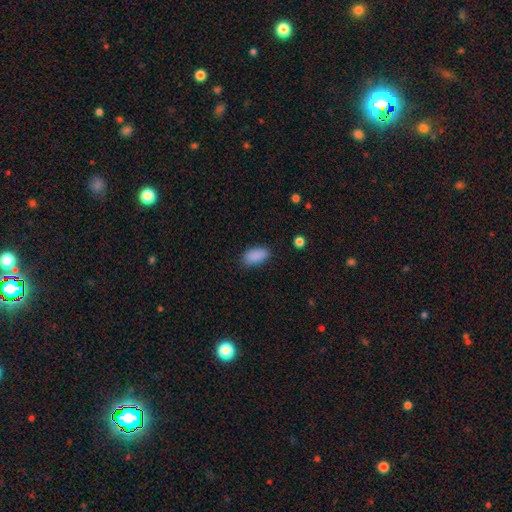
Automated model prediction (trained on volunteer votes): Overall: smooth (89%). How rounded: in between (91%). Merging: none (84%).